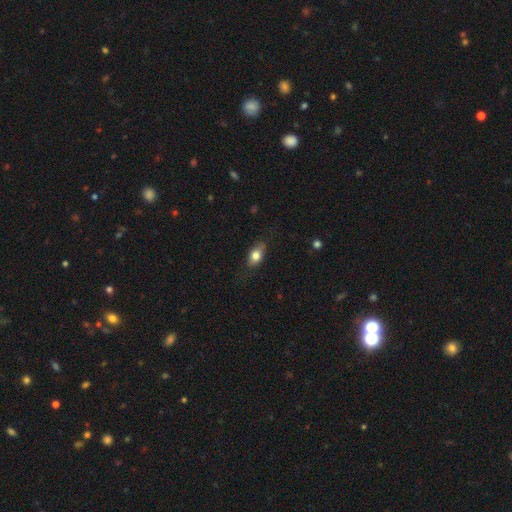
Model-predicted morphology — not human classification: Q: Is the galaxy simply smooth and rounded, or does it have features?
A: smooth — 77%.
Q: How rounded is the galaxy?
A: in between — 82%.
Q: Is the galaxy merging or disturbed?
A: none — 77%.